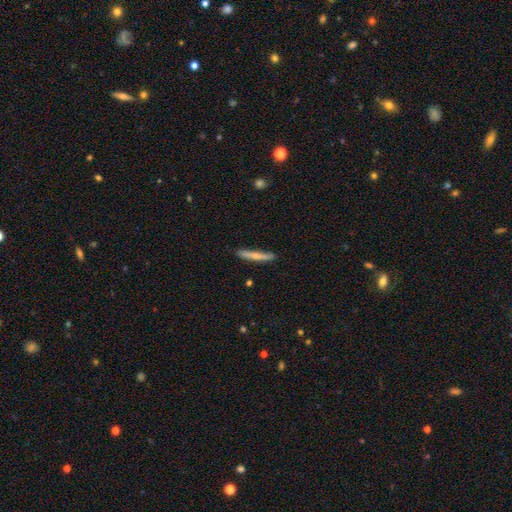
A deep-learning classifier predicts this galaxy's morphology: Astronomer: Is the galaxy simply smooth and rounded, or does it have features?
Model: smooth — 61%.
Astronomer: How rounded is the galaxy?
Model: cigar-shaped — 94%.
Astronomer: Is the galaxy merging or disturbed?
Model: none — 83%.